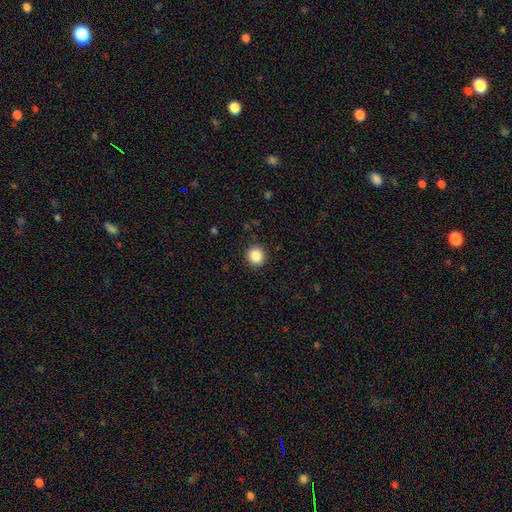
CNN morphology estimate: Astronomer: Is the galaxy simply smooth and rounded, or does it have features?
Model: smooth — 87%.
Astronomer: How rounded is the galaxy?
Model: round — 90%.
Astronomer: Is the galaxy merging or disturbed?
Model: none — 91%.